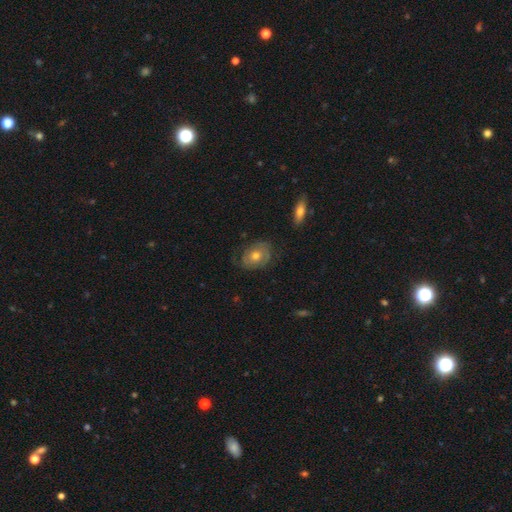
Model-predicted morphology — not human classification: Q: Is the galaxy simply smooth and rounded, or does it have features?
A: featured or disk — 61%.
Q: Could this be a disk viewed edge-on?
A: no — 95%.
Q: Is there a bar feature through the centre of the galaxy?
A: no — 80%.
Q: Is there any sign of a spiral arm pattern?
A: yes — 78%.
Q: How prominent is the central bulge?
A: moderate — 74%.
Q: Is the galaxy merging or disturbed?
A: none — 70%.